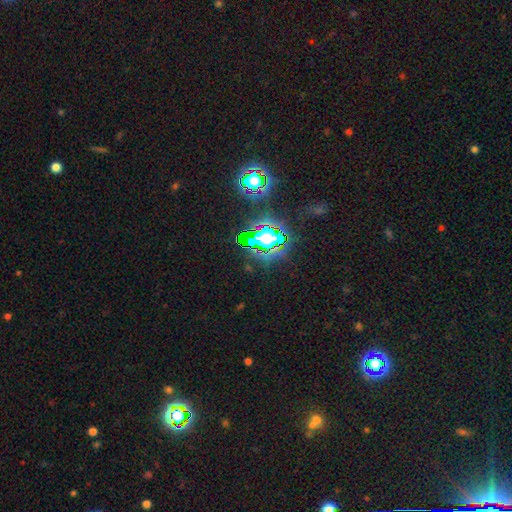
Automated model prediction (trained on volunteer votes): smooth_or_featured: star or artifact (p=0.81) [alt: smooth p=0.11]